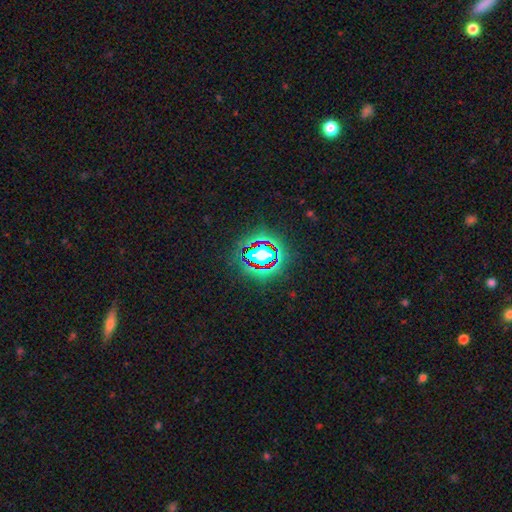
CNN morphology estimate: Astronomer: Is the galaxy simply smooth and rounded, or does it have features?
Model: star or artifact — 79%.